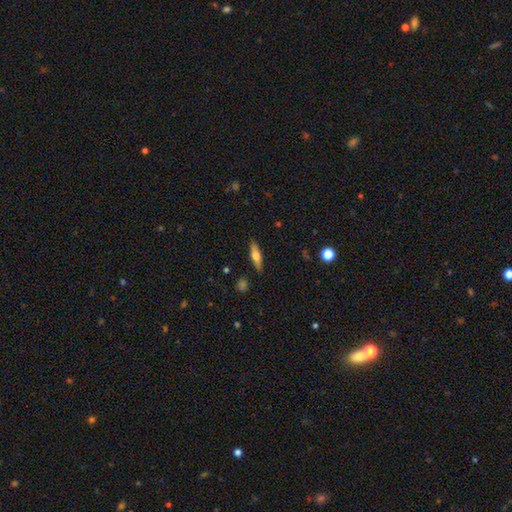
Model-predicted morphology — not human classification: A smooth galaxy with no disk features (57%) that is cigar-shaped (60%).

Vote fractions:
- Smooth or featured? smooth: 57% / featured or disk: 36% / star or artifact: 7%
- How rounded? cigar-shaped: 60% / in between: 37% / round: 3%
- Merging? none: 86% / minor disturbance: 10% / major disturbance: 2% / merger: 1%